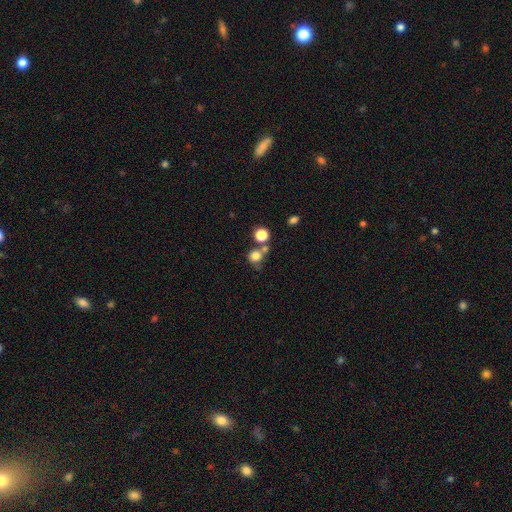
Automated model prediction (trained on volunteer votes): A smooth galaxy with no disk features (78%) that is round (85%).

Vote fractions:
- Smooth or featured? smooth: 78% / star or artifact: 13% / featured or disk: 9%
- How rounded? round: 85% / in between: 14% / cigar-shaped: 1%
- Merging? none: 54% / merger: 30% / minor disturbance: 11% / major disturbance: 5%